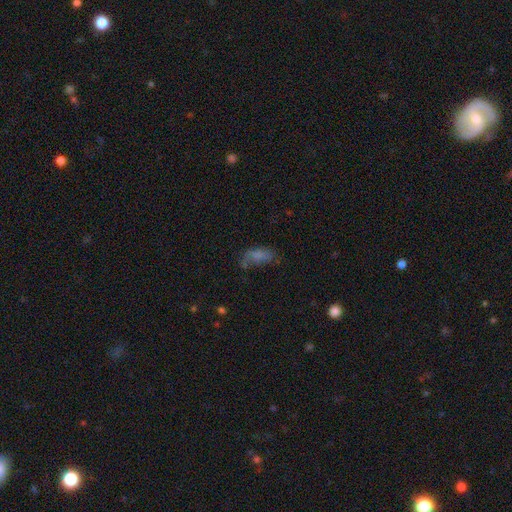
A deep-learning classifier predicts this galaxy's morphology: Smooth or featured? Predicted: smooth (p=0.60). How rounded? Predicted: in between (p=0.82). Merging? Predicted: none (p=0.45).